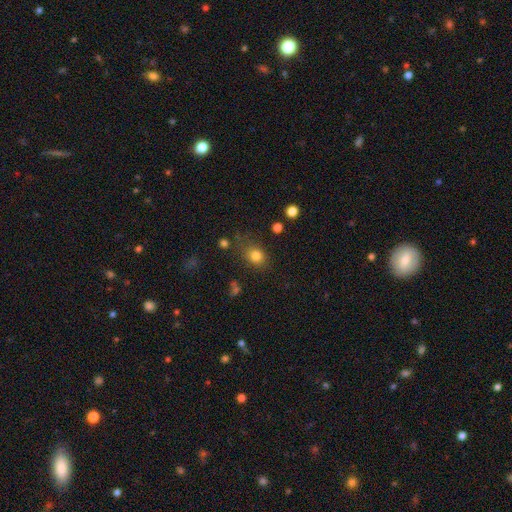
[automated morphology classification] Overall: smooth (81%). How rounded: round (57%; in between 42%). Merging: none (73%).